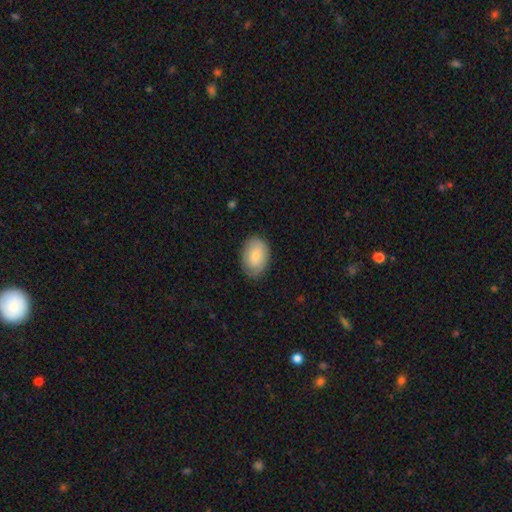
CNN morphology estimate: Smooth or featured? smooth (81%)
How rounded? in between (83%)
Merging? none (81%)